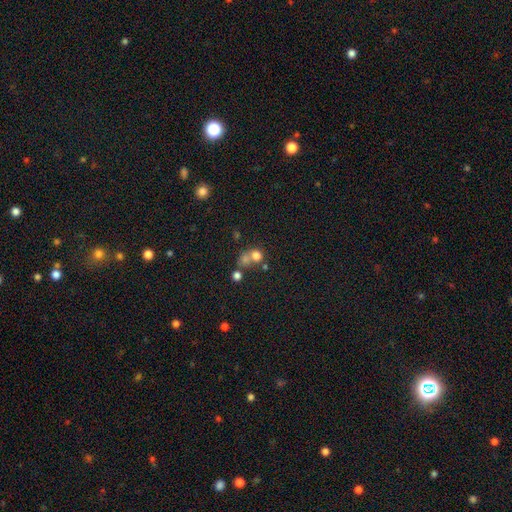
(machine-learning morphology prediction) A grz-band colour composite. It shows a smooth galaxy with no disk features (71%) that is round (77%). Merging: merger (49%).